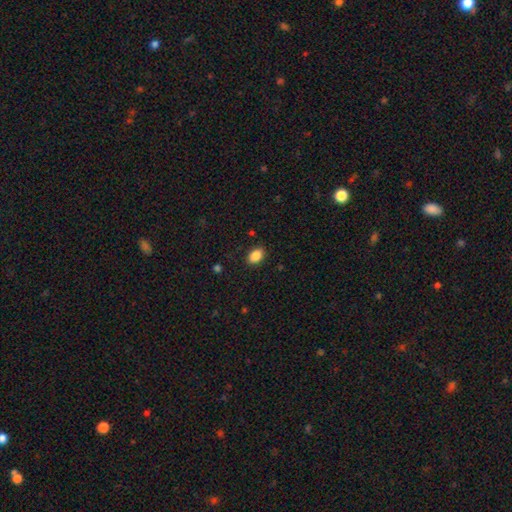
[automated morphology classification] Smooth or featured? Predicted: smooth (p=0.88). How rounded? Predicted: in between (p=0.84). Merging? Predicted: none (p=0.88).